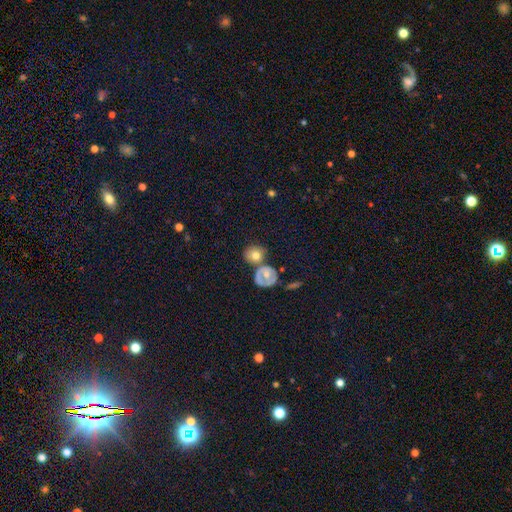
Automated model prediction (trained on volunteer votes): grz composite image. It shows a smooth galaxy with no disk features (69%) that is round (75%). Merging: none (59%).